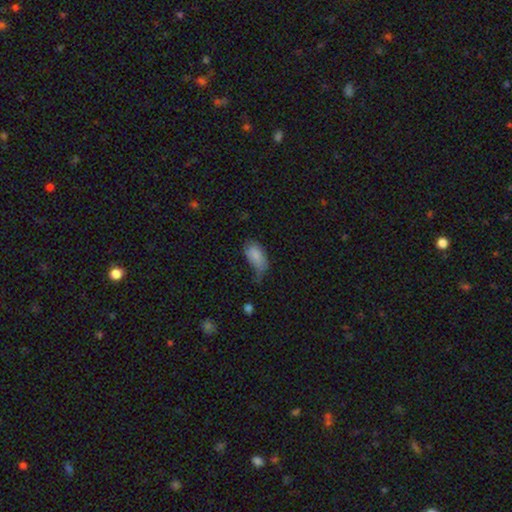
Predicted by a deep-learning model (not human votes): This appears to be a smooth galaxy with no disk features (81%) that is in between round and cigar-shaped (94%). Merging: minor disturbance (39%).